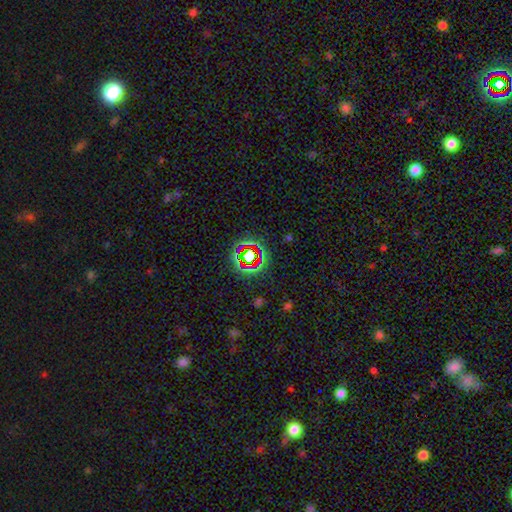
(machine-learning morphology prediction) A star or artifact, not a galaxy (67%).